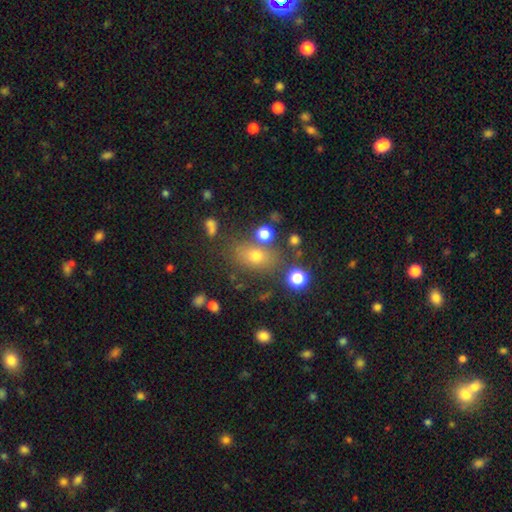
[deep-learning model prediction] Morphology: type=smooth (68%); roundness=in between (68%); merging=none (71%).